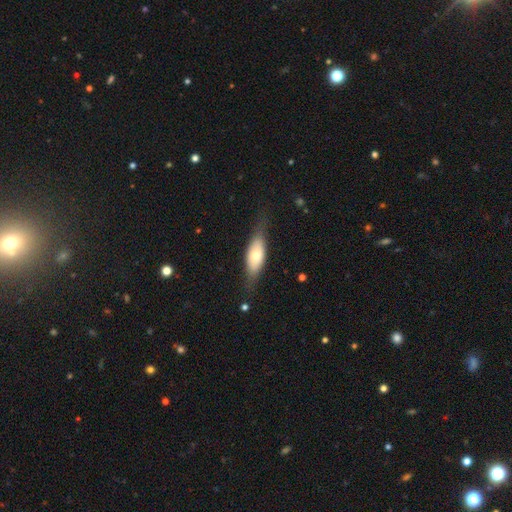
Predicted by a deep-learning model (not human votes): Overall: smooth (63%; featured or disk 31%). How rounded: in between (70%). Merging: none (68%).